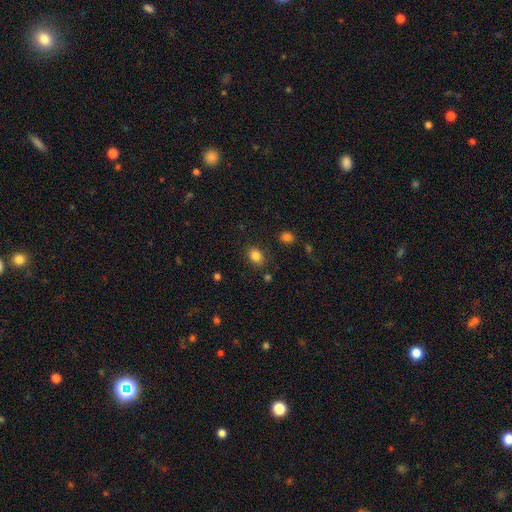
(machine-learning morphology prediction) Smooth or featured: smooth — 83% (star or artifact — 11%)
How rounded: in between — 64% (round — 35%)
Merging: none — 83% (minor disturbance — 11%)